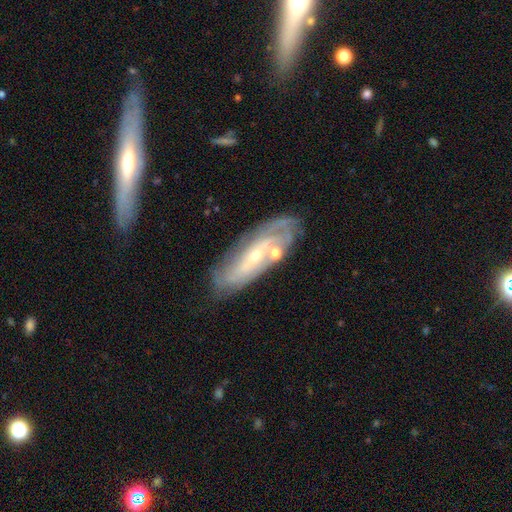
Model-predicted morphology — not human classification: Q: Smooth or featured?
A: featured or disk (75%); runner-up: smooth (17%)
Q: Edge-on disk?
A: no (82%); runner-up: yes (18%)
Q: Bar?
A: no (60%); runner-up: weak (27%)
Q: Spiral arms?
A: yes (79%); runner-up: no (21%)
Q: Bulge size?
A: small (66%); runner-up: moderate (30%)
Q: Merging?
A: none (67%); runner-up: minor disturbance (18%)